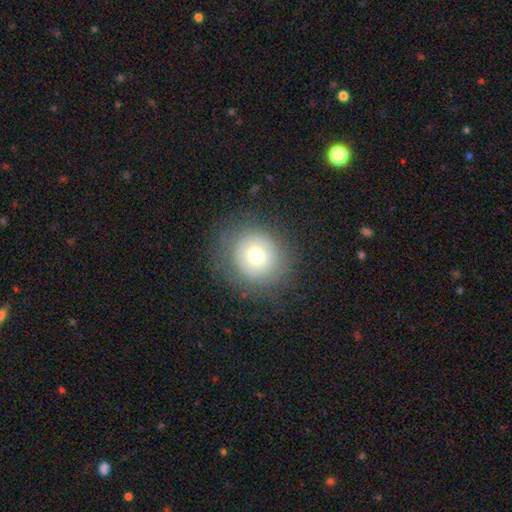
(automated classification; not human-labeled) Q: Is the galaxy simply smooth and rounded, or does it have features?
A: smooth — 65%.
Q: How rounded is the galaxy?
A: round — 89%.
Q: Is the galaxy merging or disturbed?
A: none — 80%.